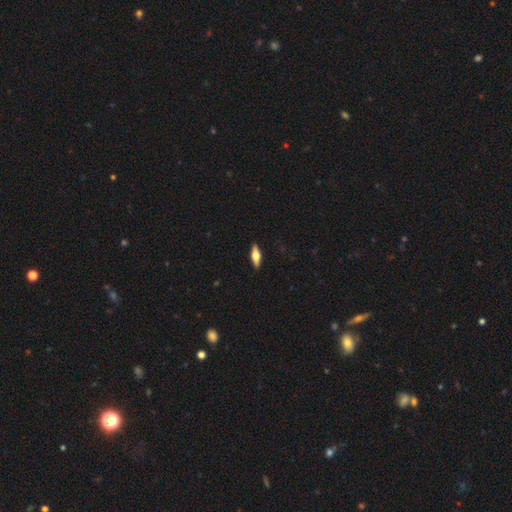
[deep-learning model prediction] Overall: smooth (47%; featured or disk 46%). Merging: none (90%).